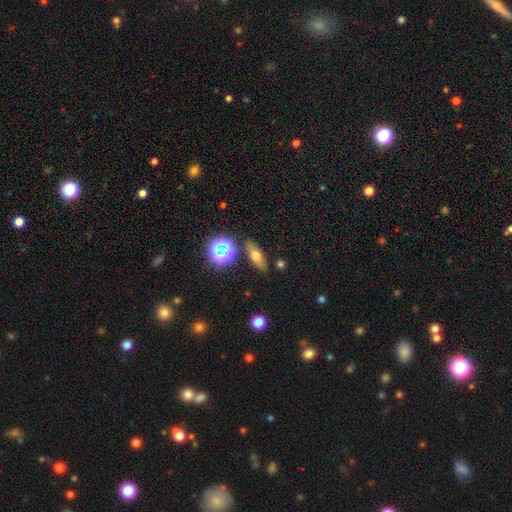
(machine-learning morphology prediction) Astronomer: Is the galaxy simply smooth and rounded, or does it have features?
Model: smooth — 59%.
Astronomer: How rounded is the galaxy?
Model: in between — 54% (runner-up: cigar-shaped, 35%).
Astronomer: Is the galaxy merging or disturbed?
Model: none — 82%.